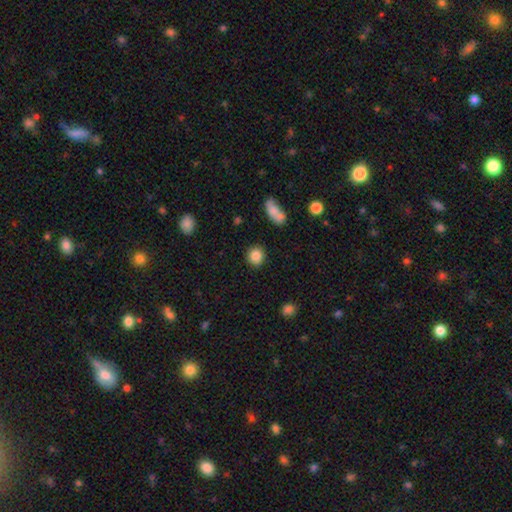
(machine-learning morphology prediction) Smooth or featured: smooth — 85% (star or artifact — 9%)
How rounded: round — 85% (in between — 14%)
Merging: none — 88% (minor disturbance — 8%)